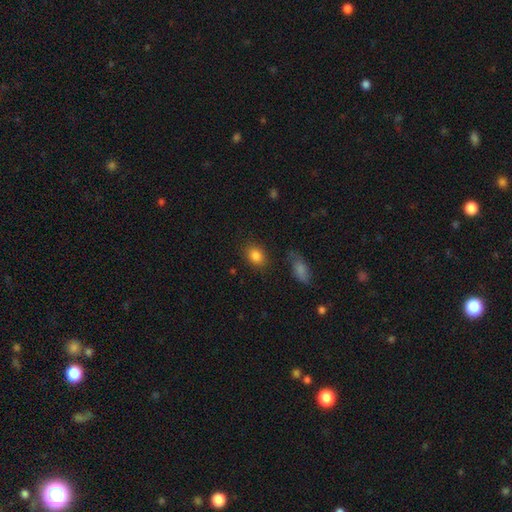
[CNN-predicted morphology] Q: Smooth or featured?
A: smooth (85%); runner-up: star or artifact (9%)
Q: How rounded?
A: in between (65%); runner-up: round (33%)
Q: Merging?
A: none (81%); runner-up: minor disturbance (11%)